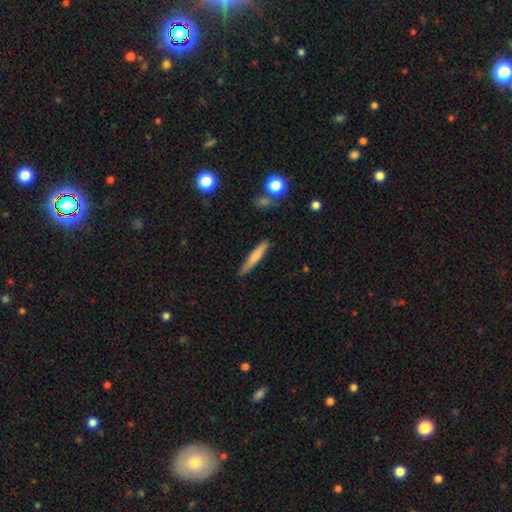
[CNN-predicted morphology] type=smooth (74%); roundness=cigar-shaped (92%); merging=none (83%).